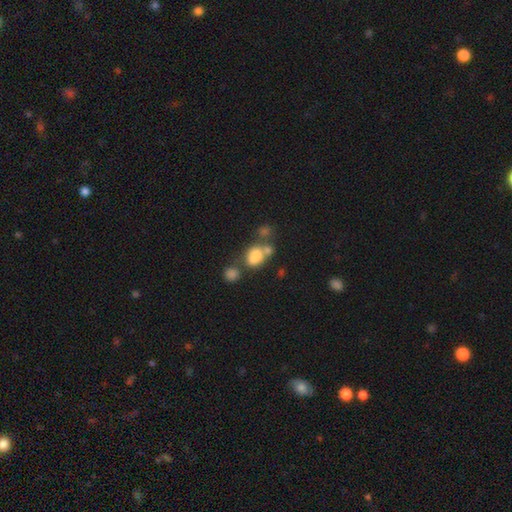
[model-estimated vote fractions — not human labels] Smooth or featured: smooth — 75% (featured or disk — 13%)
How rounded: in between — 58% (round — 40%)
Merging: merger — 42% (none — 36%)